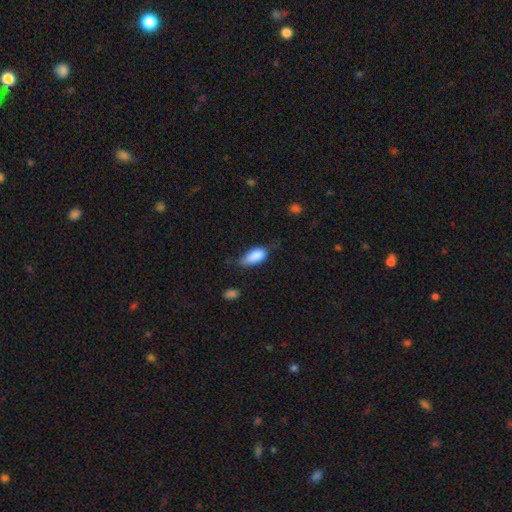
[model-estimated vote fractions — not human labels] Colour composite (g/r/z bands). It shows a smooth galaxy with no disk features (83%) that is in between round and cigar-shaped (86%). Merging: minor disturbance (43%).